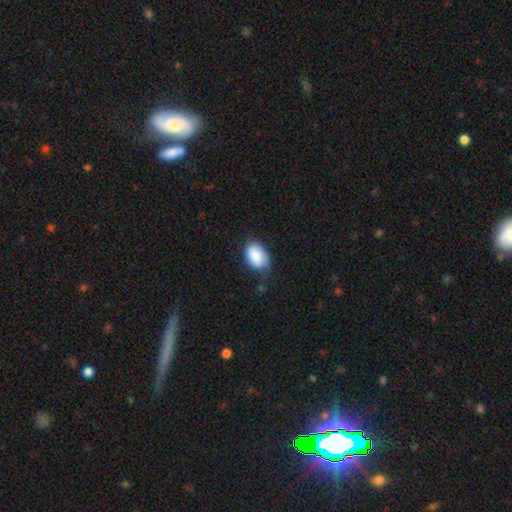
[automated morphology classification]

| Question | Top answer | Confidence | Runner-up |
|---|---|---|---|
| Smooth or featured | smooth | 80% | featured or disk (13%) |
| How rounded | in between | 83% | round (16%) |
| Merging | none | 54% | minor disturbance (35%) |